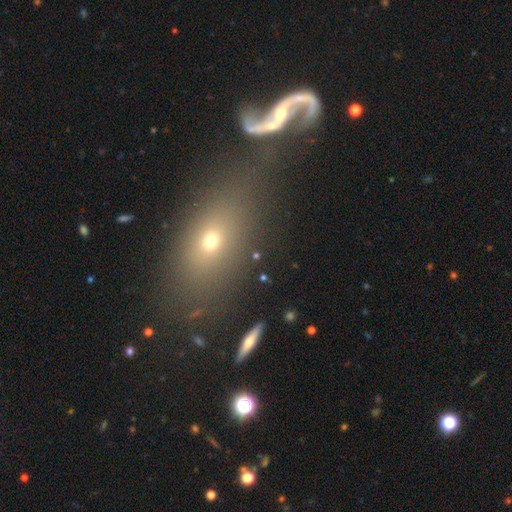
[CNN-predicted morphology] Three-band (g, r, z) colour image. It shows a smooth galaxy with no disk features (57%) that is in between round and cigar-shaped (59%). Merging: none (68%).